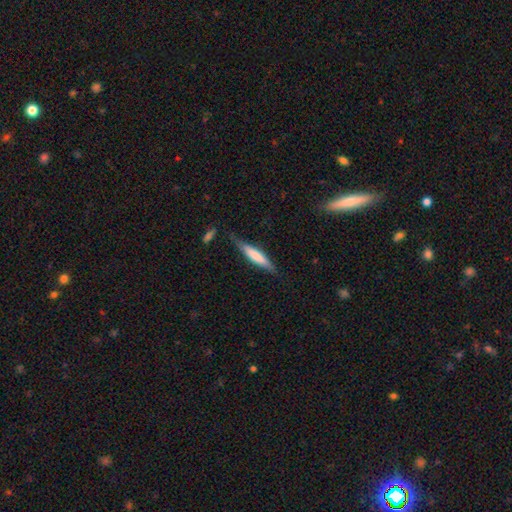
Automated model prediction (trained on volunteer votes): This appears to be a smooth galaxy with no disk features (63%) that is cigar-shaped (84%). Merging: none (74%).